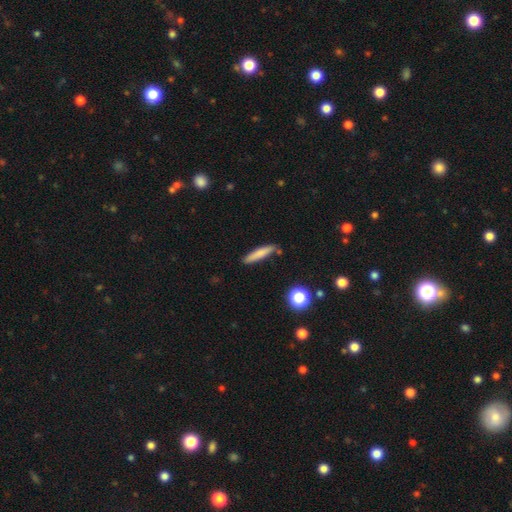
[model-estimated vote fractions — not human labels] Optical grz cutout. It shows a smooth galaxy with no disk features (75%) that is cigar-shaped (88%). Merging: none (84%).